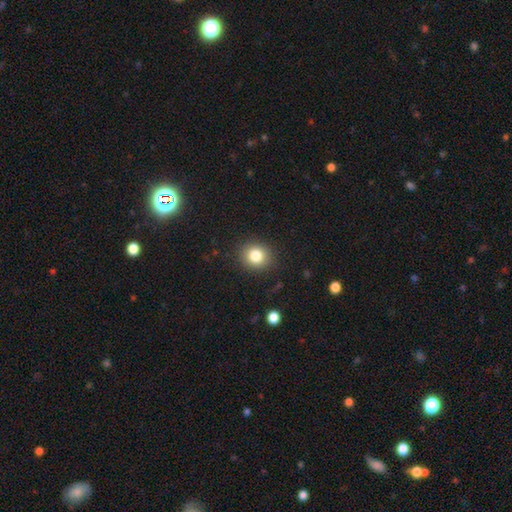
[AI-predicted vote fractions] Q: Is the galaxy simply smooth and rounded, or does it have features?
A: smooth — 82%.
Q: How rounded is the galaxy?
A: round — 83%.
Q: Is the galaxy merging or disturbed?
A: none — 88%.